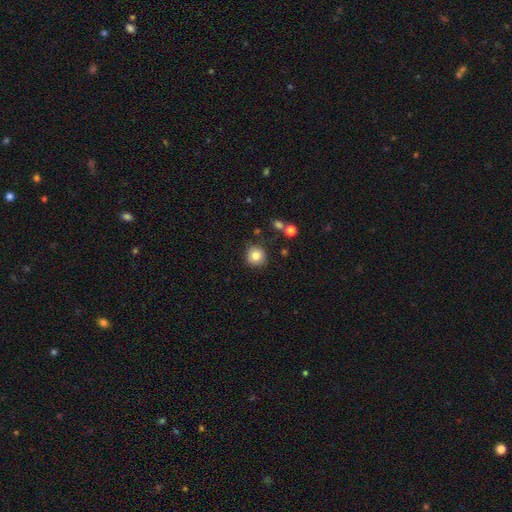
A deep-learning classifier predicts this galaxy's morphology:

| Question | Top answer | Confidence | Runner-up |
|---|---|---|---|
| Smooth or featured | smooth | 83% | star or artifact (10%) |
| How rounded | round | 91% | in between (8%) |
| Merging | none | 85% | minor disturbance (10%) |